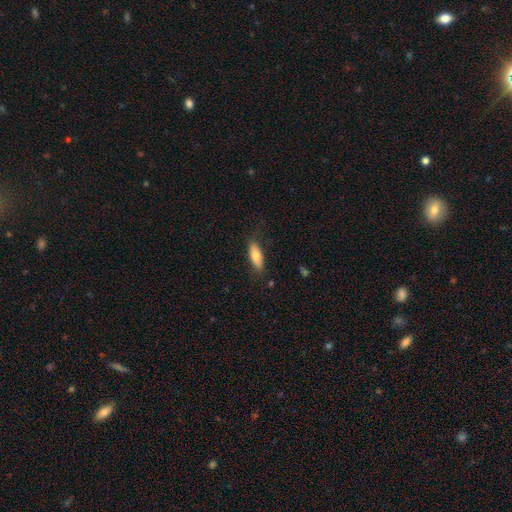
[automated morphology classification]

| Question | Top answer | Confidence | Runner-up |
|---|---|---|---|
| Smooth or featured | smooth | 75% | featured or disk (18%) |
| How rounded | in between | 69% | cigar-shaped (29%) |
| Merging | none | 78% | minor disturbance (16%) |